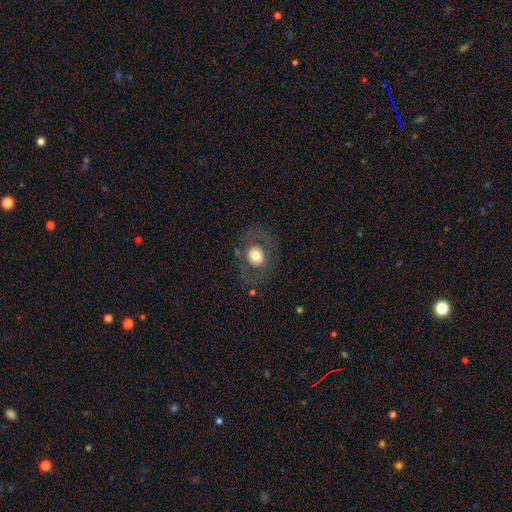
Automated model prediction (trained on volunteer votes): Morphology: type=smooth (63%); roundness=round (59%); merging=none (76%).